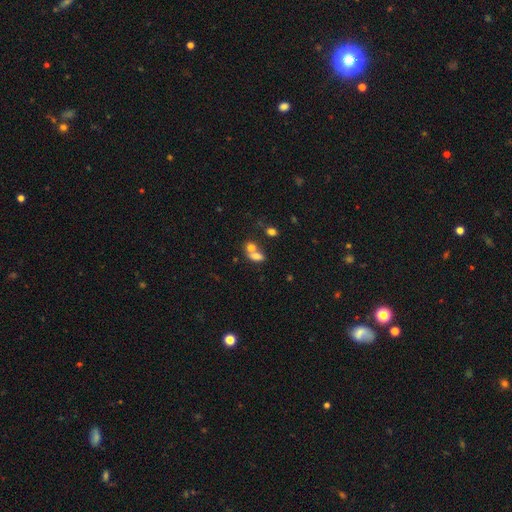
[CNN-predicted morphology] A smooth galaxy with no disk features (73%) that is in between round and cigar-shaped (74%).

Vote fractions:
- Smooth or featured? smooth: 73% / featured or disk: 15% / star or artifact: 13%
- How rounded? in between: 74% / round: 21% / cigar-shaped: 5%
- Merging? merger: 58% / none: 29% / minor disturbance: 8% / major disturbance: 5%